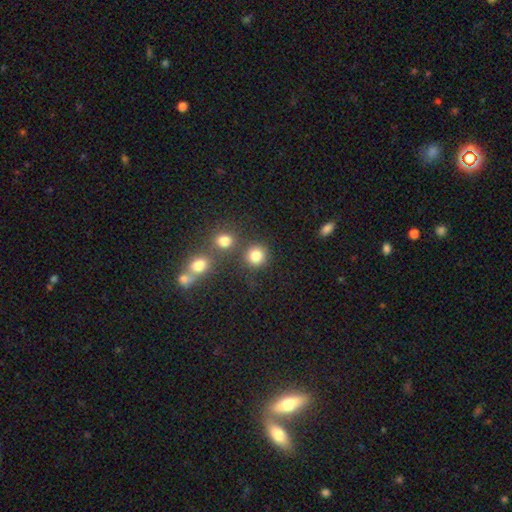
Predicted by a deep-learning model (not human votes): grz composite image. It shows a smooth galaxy with no disk features (82%) that is round (89%). Merging: none (74%).